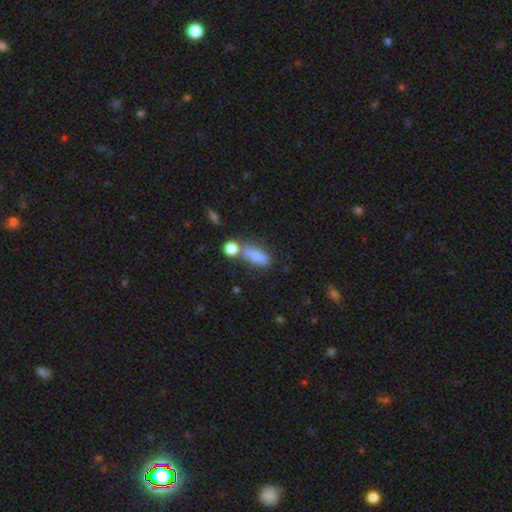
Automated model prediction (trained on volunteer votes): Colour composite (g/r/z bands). It shows a smooth galaxy with no disk features (83%) that is in between round and cigar-shaped (64%). Merging: none (53%).